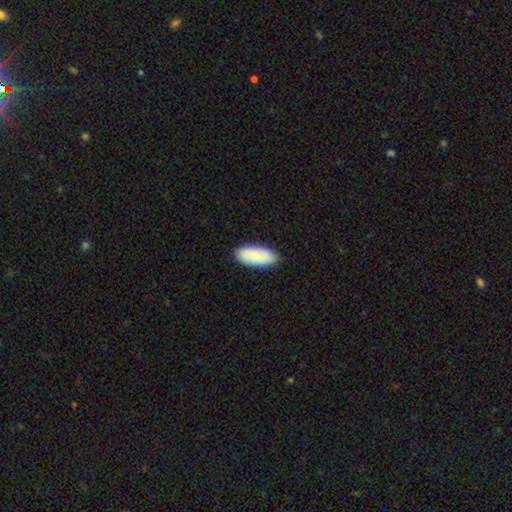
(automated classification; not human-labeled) Q: Smooth or featured?
A: smooth (84%); runner-up: featured or disk (11%)
Q: How rounded?
A: in between (87%); runner-up: cigar-shaped (12%)
Q: Merging?
A: none (87%); runner-up: minor disturbance (10%)